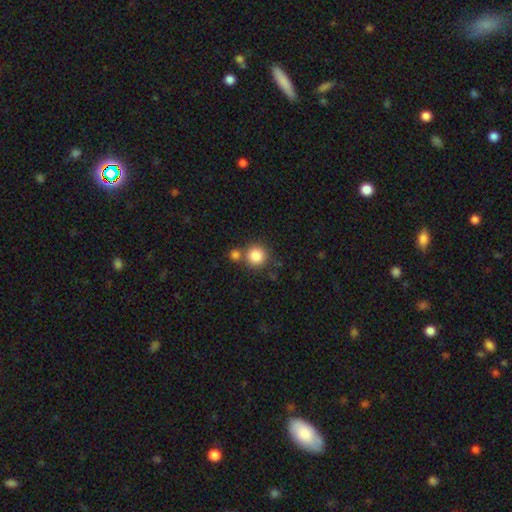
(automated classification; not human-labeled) Smooth or featured? Predicted: smooth (p=0.84). How rounded? Predicted: round (p=0.93). Merging? Predicted: none (p=0.67).